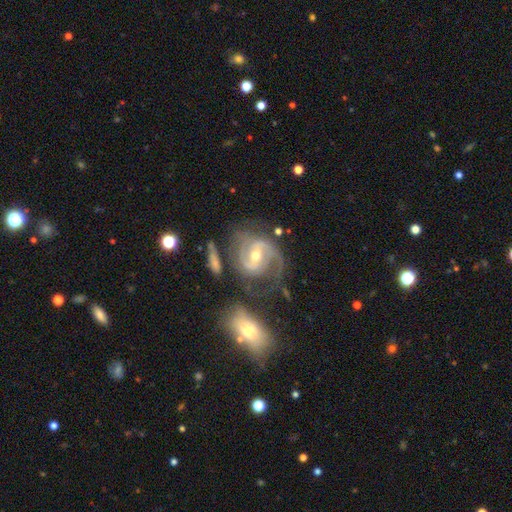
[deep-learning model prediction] Morphology: type=featured or disk (88%); edge-on=no (97%); bar=weak (43%); spiral arms=yes (96%); winding=medium (51%); arm count=2 (78%); bulge=moderate (57%); merging=none (52%).